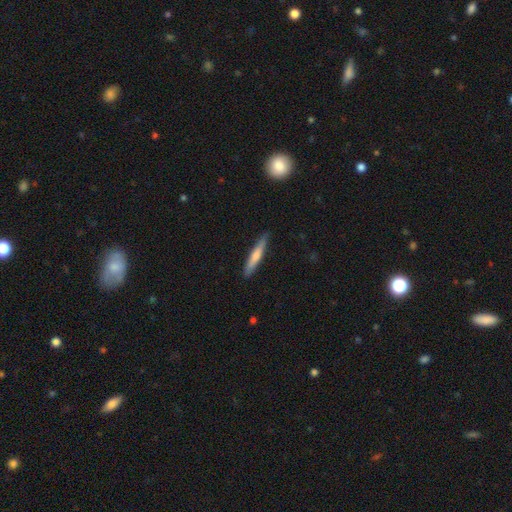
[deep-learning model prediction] Morphology: type=smooth (55%); roundness=cigar-shaped (93%); merging=none (87%).